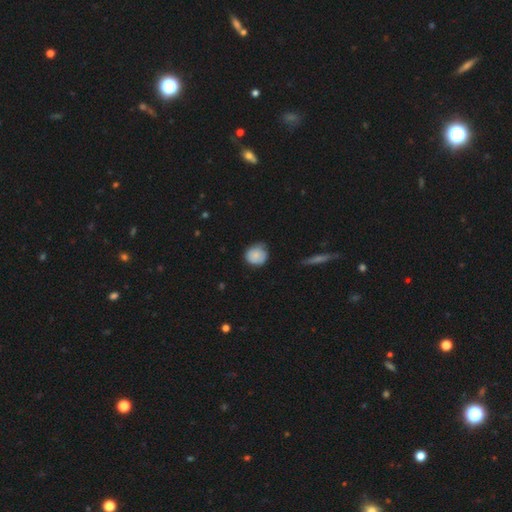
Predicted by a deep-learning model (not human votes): smooth 78%, featured or disk 15%, star or artifact 7%. Down the decision tree: how rounded — round (85%); merging — none (62%).